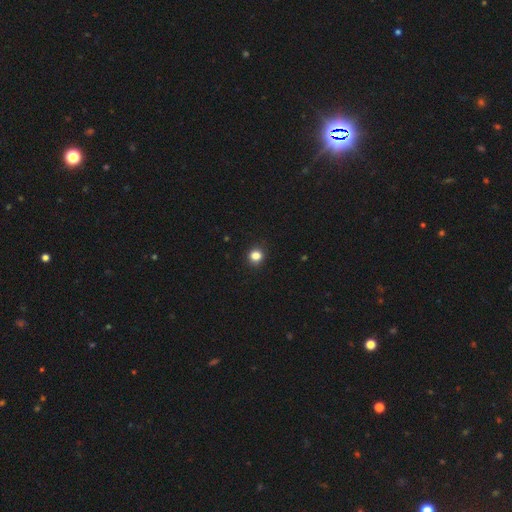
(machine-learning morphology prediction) Overall: smooth (83%). How rounded: round (86%). Merging: none (89%).